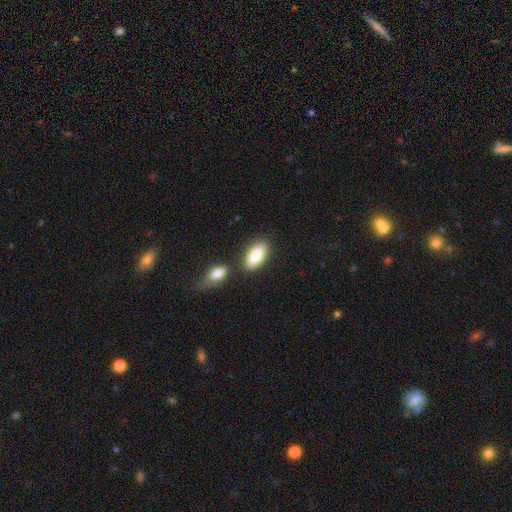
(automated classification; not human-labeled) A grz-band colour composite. It shows a smooth galaxy with no disk features (84%) that is in between round and cigar-shaped (91%). Merging: none (68%).